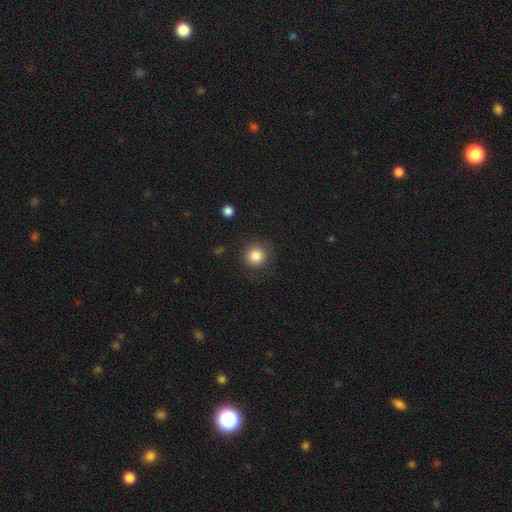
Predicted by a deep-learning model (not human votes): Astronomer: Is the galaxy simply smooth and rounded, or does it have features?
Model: smooth — 85%.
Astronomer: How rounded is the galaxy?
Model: round — 93%.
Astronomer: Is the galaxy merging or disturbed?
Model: none — 85%.